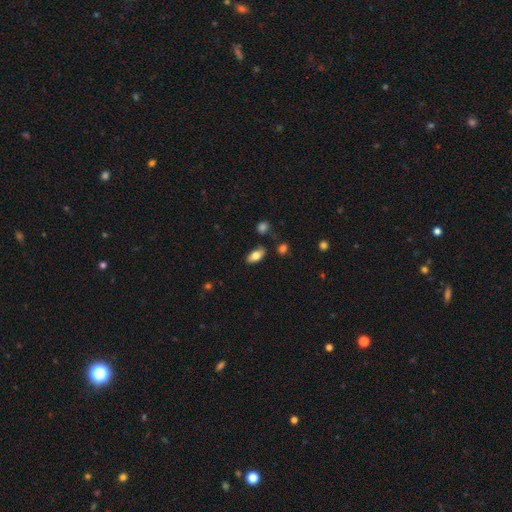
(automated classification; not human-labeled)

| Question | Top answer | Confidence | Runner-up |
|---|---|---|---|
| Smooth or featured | smooth | 77% | featured or disk (16%) |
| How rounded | in between | 90% | cigar-shaped (7%) |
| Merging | none | 82% | minor disturbance (12%) |